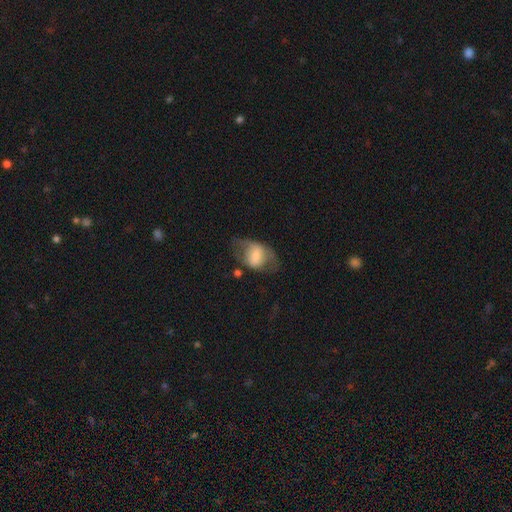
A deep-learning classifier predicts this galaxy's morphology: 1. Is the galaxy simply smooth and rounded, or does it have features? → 55% smooth, 38% featured or disk, 7% star or artifact.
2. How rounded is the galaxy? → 77% in between, 21% round, 2% cigar-shaped.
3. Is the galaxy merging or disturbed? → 44% none, 27% major disturbance, 25% minor disturbance, 4% merger.